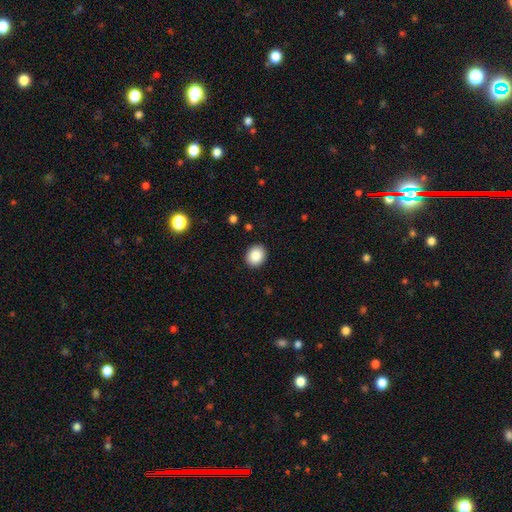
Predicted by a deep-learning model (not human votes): A smooth galaxy with no disk features (87%) that is round (61%). Merging: none (91%).